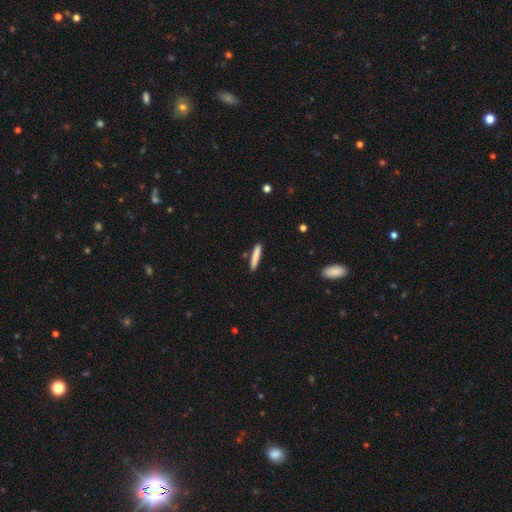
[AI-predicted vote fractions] This appears to be a smooth galaxy with no disk features (82%) that is cigar-shaped (93%). Merging: none (87%).